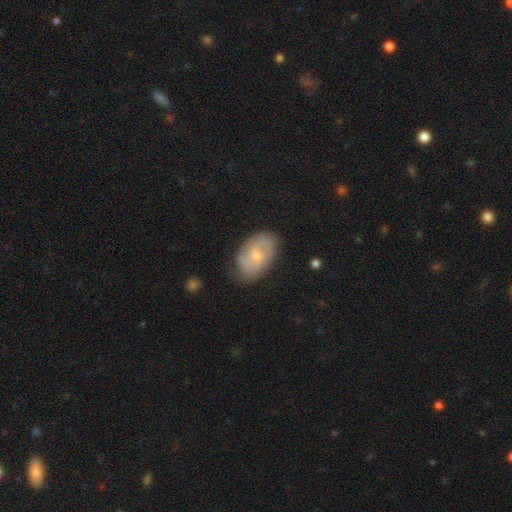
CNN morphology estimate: Smooth or featured? Predicted: featured or disk (p=0.61). Edge-on disk? Predicted: no (p=0.96). Bar? Predicted: no (p=0.61). Spiral arms? Predicted: yes (p=0.82). Bulge size? Predicted: small (p=0.53). Merging? Predicted: none (p=0.73).